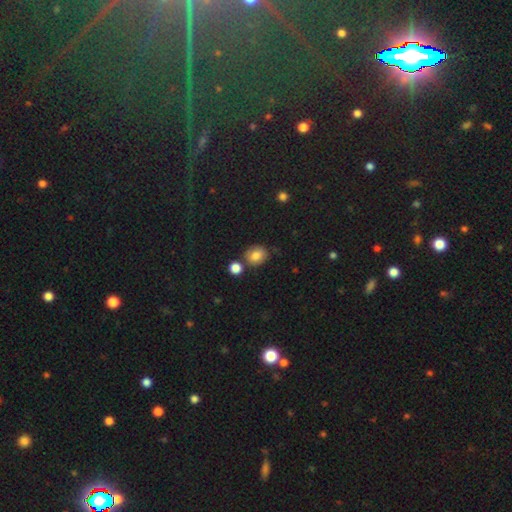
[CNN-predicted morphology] smooth-or-featured: smooth: 82% | star or artifact: 11% | featured or disk: 7%
  how-rounded: round: 64% | in between: 35% | cigar-shaped: 1%
  merging: none: 74% | minor disturbance: 12% | merger: 11% | major disturbance: 3%